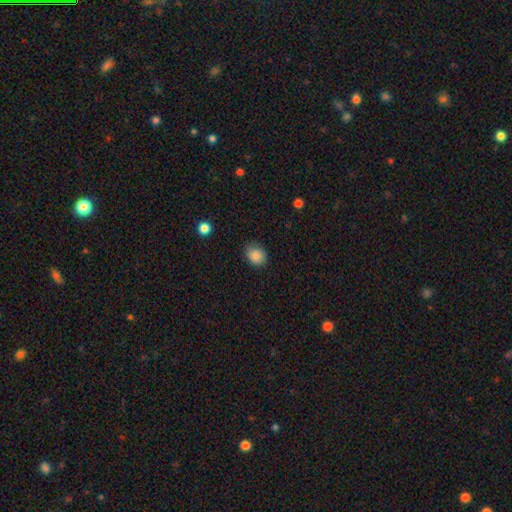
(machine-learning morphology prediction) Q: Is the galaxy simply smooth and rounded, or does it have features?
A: smooth — 86%.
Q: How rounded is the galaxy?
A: round — 61%.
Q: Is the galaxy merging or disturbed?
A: none — 77%.